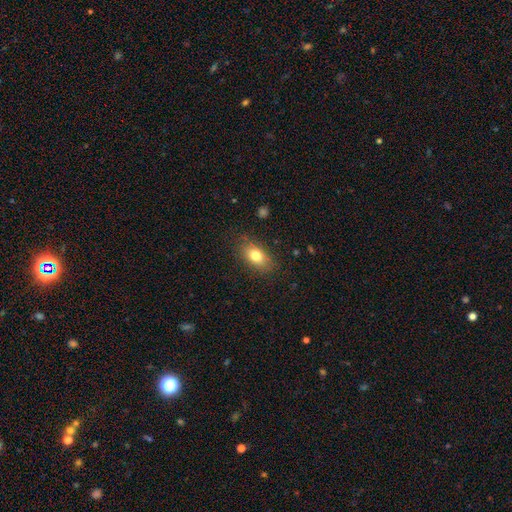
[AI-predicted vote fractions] A smooth galaxy with no disk features (78%) that is in between round and cigar-shaped (85%). Merging: none (82%).